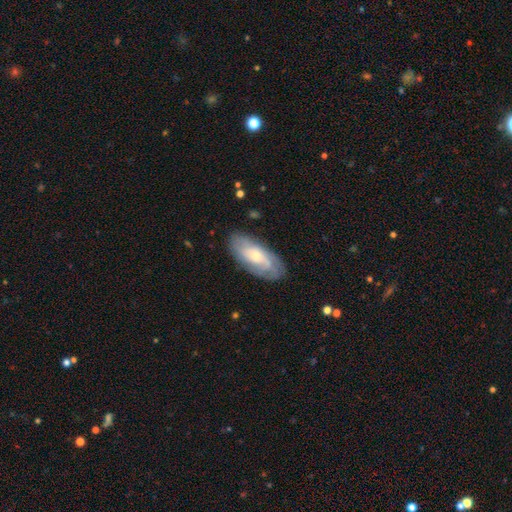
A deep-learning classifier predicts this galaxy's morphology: A featured or disk galaxy (54%). Merging: none (77%).